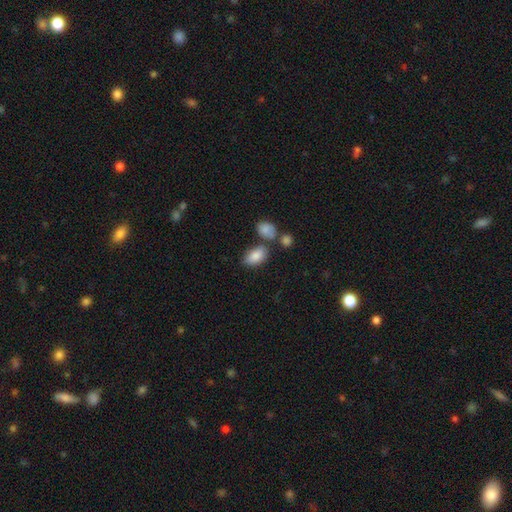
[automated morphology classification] This appears to be a smooth galaxy with no disk features (85%) that is in between round and cigar-shaped (92%). Merging: none (61%).